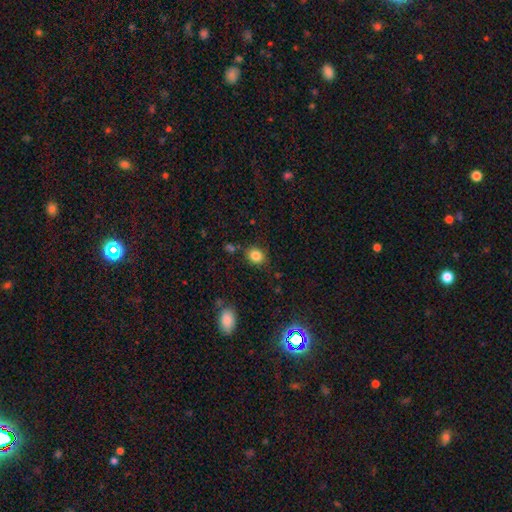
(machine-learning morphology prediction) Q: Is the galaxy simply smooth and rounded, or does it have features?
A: smooth — 84%.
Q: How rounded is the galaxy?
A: round — 54%.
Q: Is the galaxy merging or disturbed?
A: none — 81%.